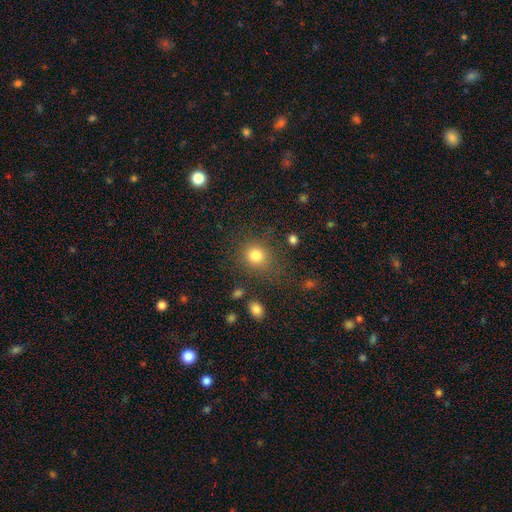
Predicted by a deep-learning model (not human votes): A smooth galaxy with no disk features (81%) that is round (81%).

Vote fractions:
- Smooth or featured? smooth: 81% / star or artifact: 12% / featured or disk: 6%
- How rounded? round: 81% / in between: 18% / cigar-shaped: 1%
- Merging? none: 76% / minor disturbance: 13% / major disturbance: 7% / merger: 4%